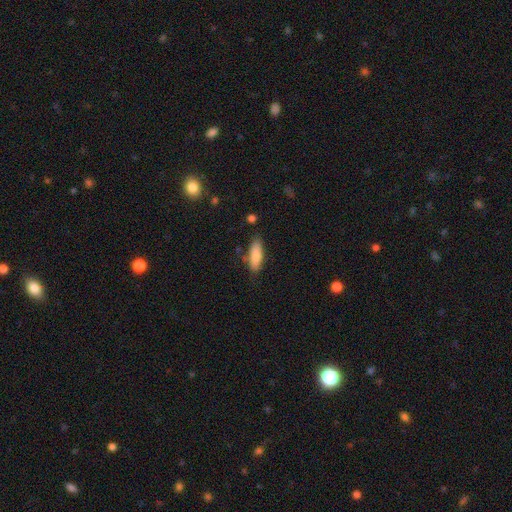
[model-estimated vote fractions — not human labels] A smooth galaxy with no disk features (85%) that is in between round and cigar-shaped (62%).

Vote fractions:
- Smooth or featured? smooth: 85% / featured or disk: 9% / star or artifact: 6%
- How rounded? in between: 62% / cigar-shaped: 36% / round: 2%
- Merging? none: 78% / minor disturbance: 16% / major disturbance: 3% / merger: 3%